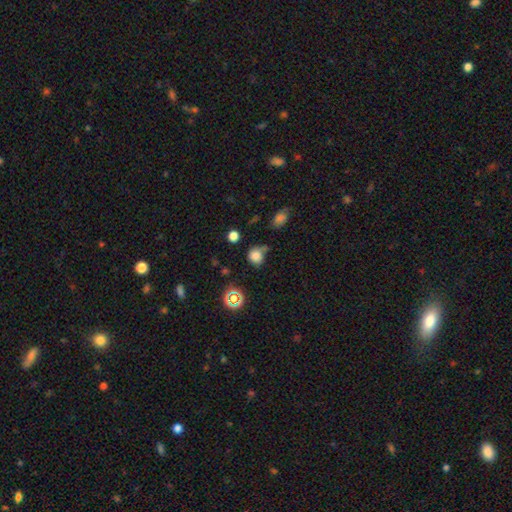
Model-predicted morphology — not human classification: Overall: smooth (76%). How rounded: round (78%). Merging: none (56%; minor disturbance 25%).